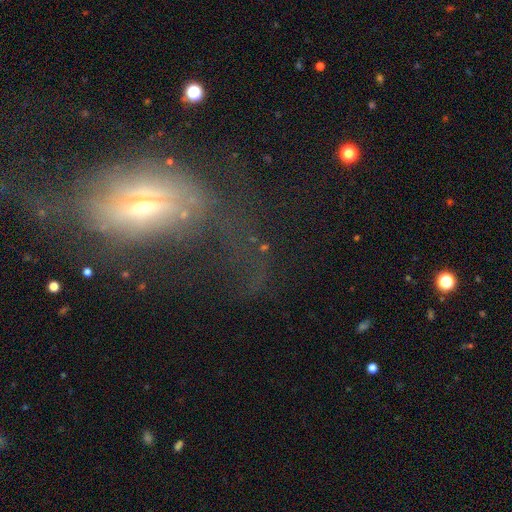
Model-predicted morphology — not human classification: featured or disk 45%, smooth 32%, star or artifact 23%. Down the decision tree: merging — major disturbance (47%).